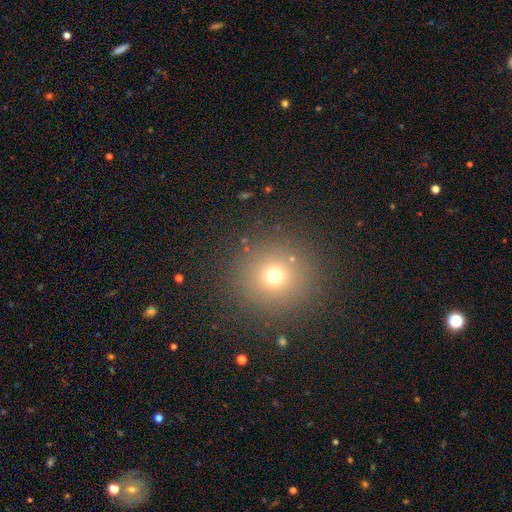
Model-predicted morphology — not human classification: smooth 61%, star or artifact 31%, featured or disk 8%. Down the decision tree: how rounded — round (94%); merging — none (91%).